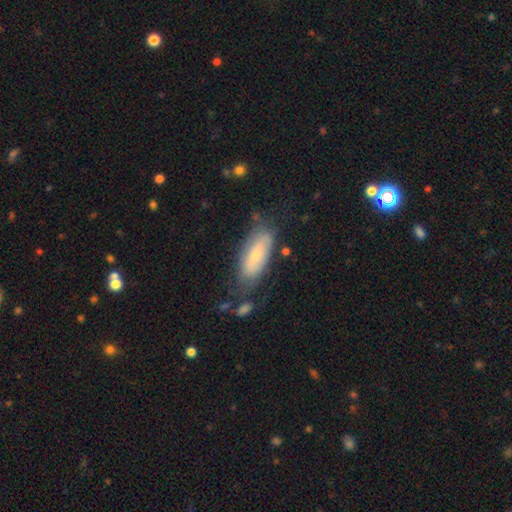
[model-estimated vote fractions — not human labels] Q: Smooth or featured?
A: smooth (63%); runner-up: featured or disk (31%)
Q: How rounded?
A: in between (74%); runner-up: cigar-shaped (24%)
Q: Merging?
A: none (63%); runner-up: minor disturbance (24%)